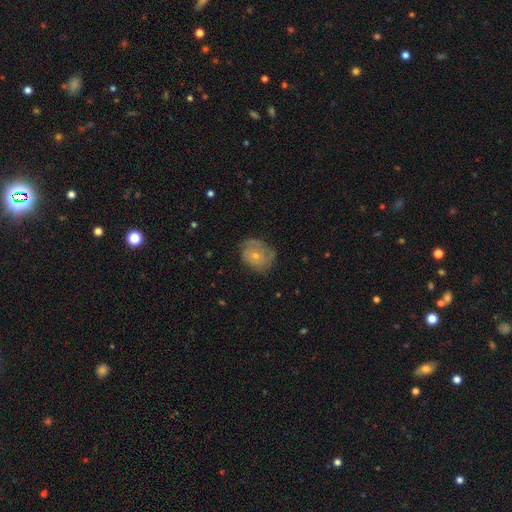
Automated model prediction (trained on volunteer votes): Smooth or featured?
  - featured or disk: 46% * (tied)
  - smooth: 46% * (tied)
  - star or artifact: 8%
Merging?
  - none: 59% *
  - minor disturbance: 28%
  - major disturbance: 12%
  - merger: 2%